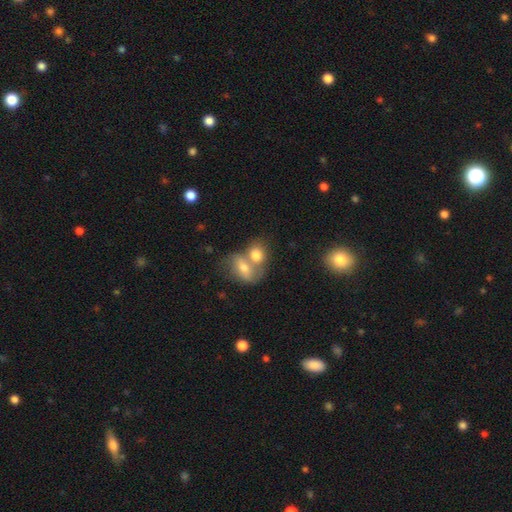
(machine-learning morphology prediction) This is likely a smooth galaxy (71%). How rounded: likely in between (61%). Merging: likely merger (64%).